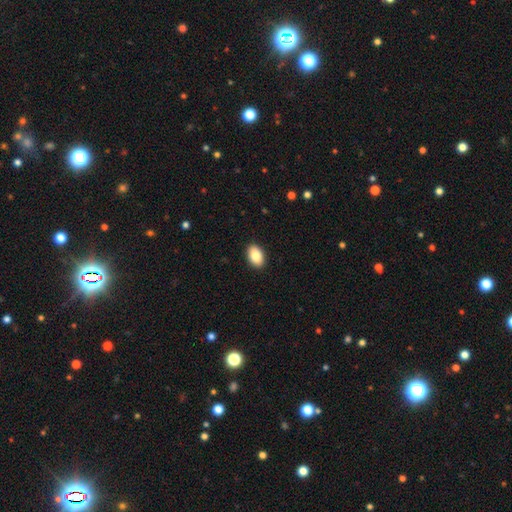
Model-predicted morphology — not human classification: smooth 86%, star or artifact 7%, featured or disk 7%. Down the decision tree: how rounded — in between (91%); merging — none (91%).